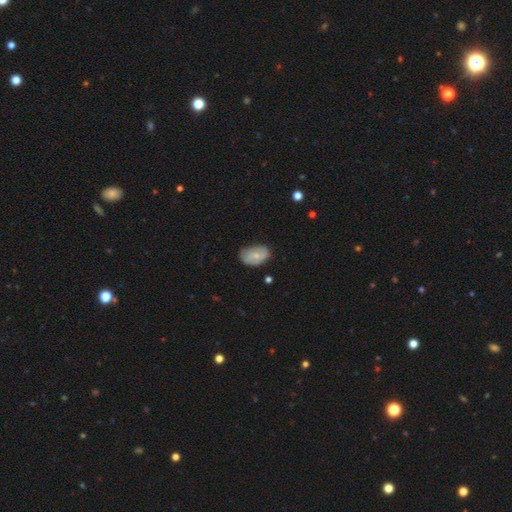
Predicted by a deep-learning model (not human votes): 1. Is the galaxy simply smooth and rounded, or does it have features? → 62% smooth, 31% featured or disk, 7% star or artifact.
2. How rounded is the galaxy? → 88% in between, 11% round, 1% cigar-shaped.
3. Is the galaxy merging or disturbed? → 65% none, 27% minor disturbance, 6% major disturbance, 2% merger.